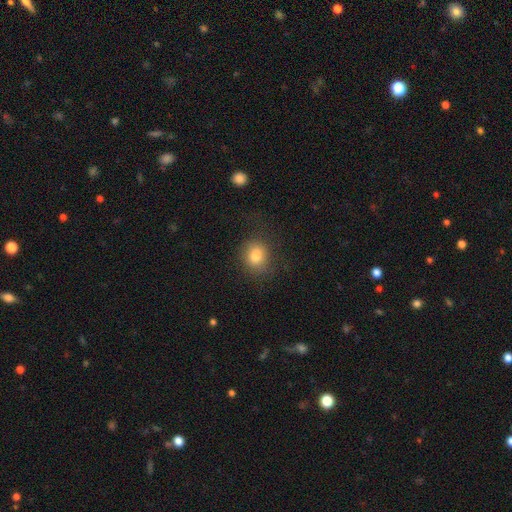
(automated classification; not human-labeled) Smooth or featured? smooth (81%)
How rounded? round (67%)
Merging? none (75%)